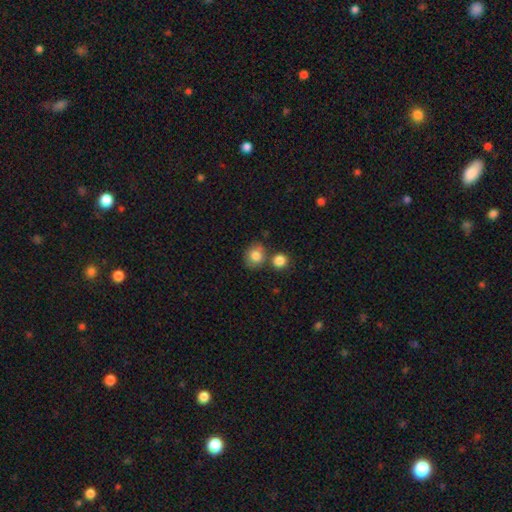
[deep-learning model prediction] smooth_or_featured: smooth (p=0.81) [alt: featured or disk p=0.10]
how_rounded: round (p=0.70) [alt: in between p=0.29]
merging: none (p=0.63) [alt: merger p=0.20]